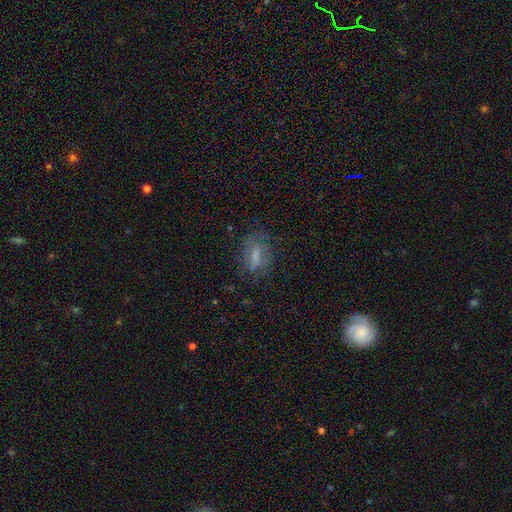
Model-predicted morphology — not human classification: Smooth or featured: smooth — 51% (featured or disk — 37%)
How rounded: in between — 62% (cigar-shaped — 27%)
Merging: none — 65% (minor disturbance — 20%)